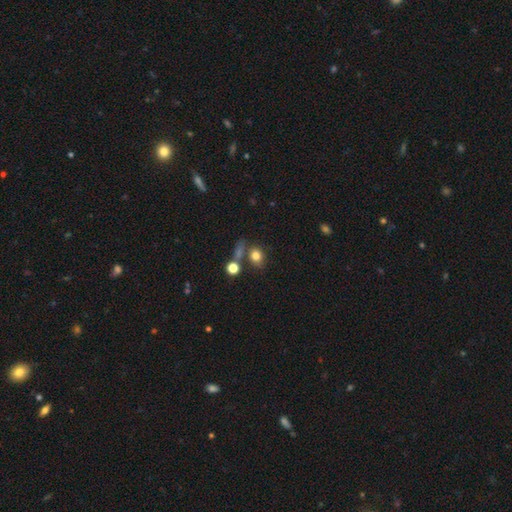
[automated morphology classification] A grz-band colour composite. It shows a smooth galaxy with no disk features (77%) that is round (57%). Merging: none (60%).